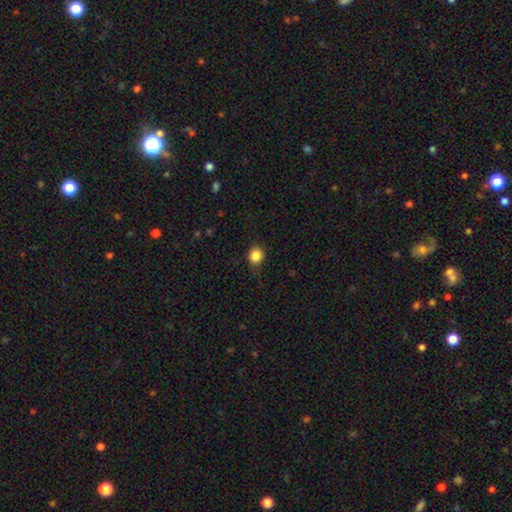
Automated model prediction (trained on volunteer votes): smooth 85%, star or artifact 11%, featured or disk 4%. Down the decision tree: how rounded — round (82%); merging — none (83%).